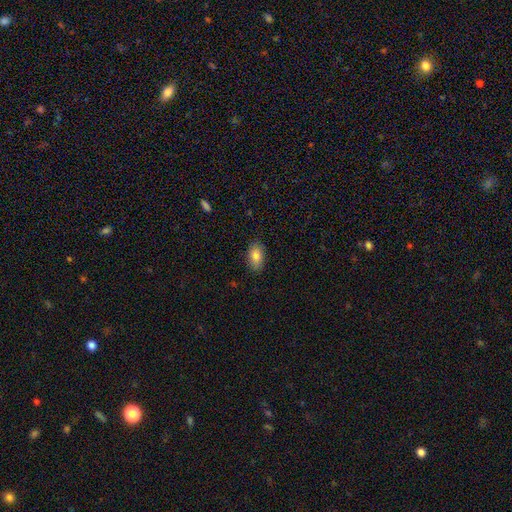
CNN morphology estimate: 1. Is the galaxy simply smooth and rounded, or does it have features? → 85% smooth, 8% featured or disk, 7% star or artifact.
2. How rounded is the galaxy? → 92% in between, 5% round, 3% cigar-shaped.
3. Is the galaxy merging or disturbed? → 85% none, 11% minor disturbance, 2% major disturbance, 1% merger.